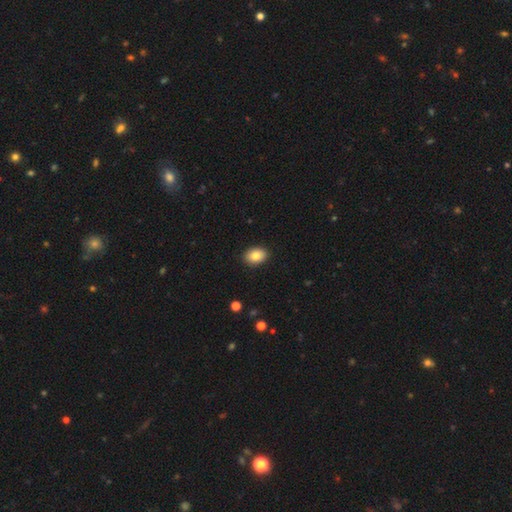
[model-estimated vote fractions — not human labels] A smooth galaxy with no disk features (84%) that is in between round and cigar-shaped (81%). Merging: none (90%).